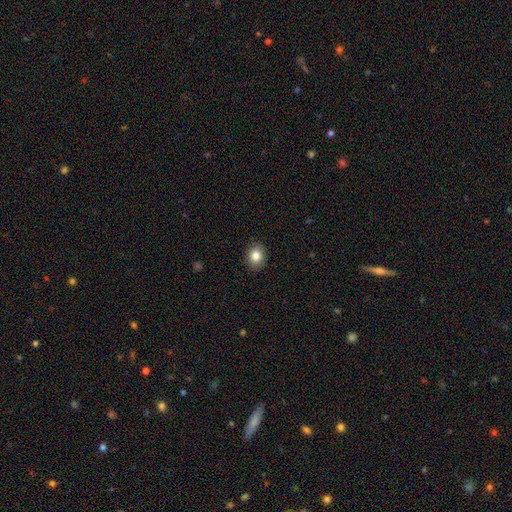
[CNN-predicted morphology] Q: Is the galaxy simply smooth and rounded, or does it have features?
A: smooth — 85%.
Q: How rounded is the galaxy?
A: in between — 54%.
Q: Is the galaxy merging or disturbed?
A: none — 89%.